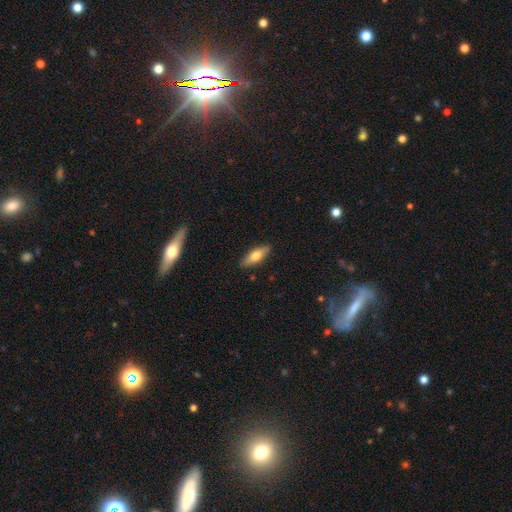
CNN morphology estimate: A smooth galaxy with no disk features (65%) that is in between round and cigar-shaped (55%). Merging: none (88%).